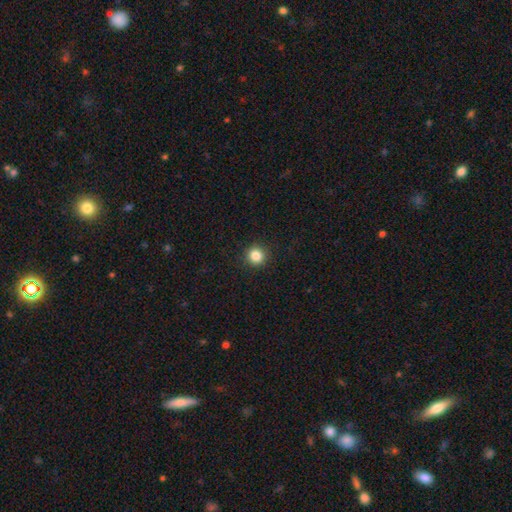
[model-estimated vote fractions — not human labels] Q: Smooth or featured?
A: smooth (84%); runner-up: star or artifact (11%)
Q: How rounded?
A: round (93%); runner-up: in between (6%)
Q: Merging?
A: none (92%); runner-up: minor disturbance (5%)